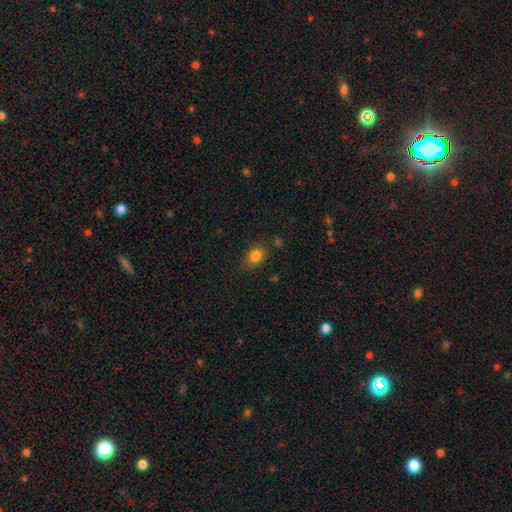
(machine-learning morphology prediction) Smooth or featured? Predicted: smooth (p=0.83). How rounded? Predicted: in between (p=0.56). Merging? Predicted: none (p=0.77).